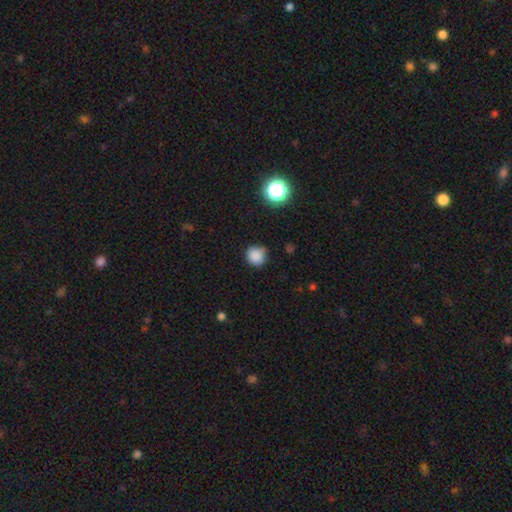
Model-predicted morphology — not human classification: smooth_or_featured: smooth (p=0.84) [alt: star or artifact p=0.12]
how_rounded: round (p=0.89) [alt: in between p=0.10]
merging: none (p=0.79) [alt: minor disturbance p=0.16]